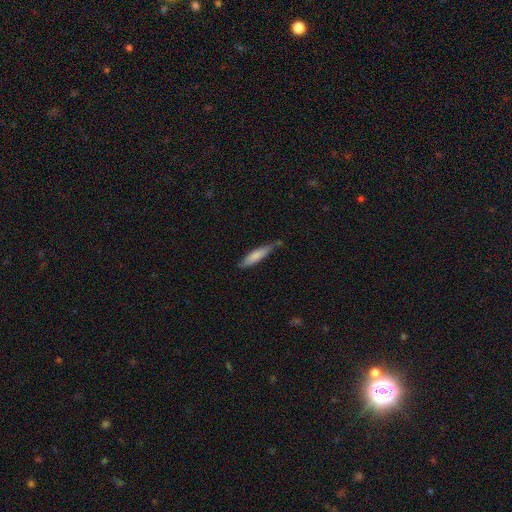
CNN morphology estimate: A smooth galaxy with no disk features (76%) that is cigar-shaped (82%).

Vote fractions:
- Smooth or featured? smooth: 76% / featured or disk: 18% / star or artifact: 6%
- How rounded? cigar-shaped: 82% / in between: 16% / round: 1%
- Merging? none: 70% / minor disturbance: 23% / merger: 4% / major disturbance: 4%